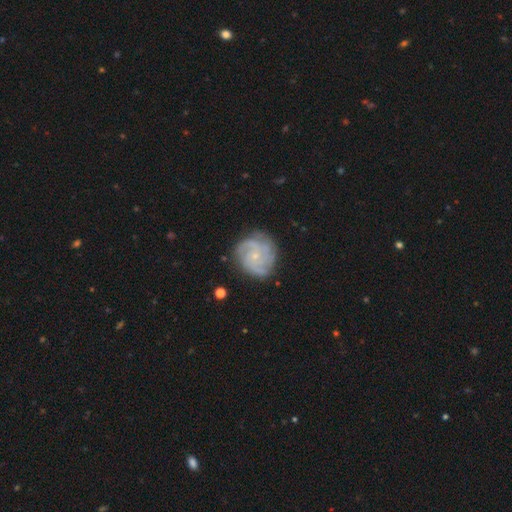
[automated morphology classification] A featured or disk galaxy (83%) with no bar (76%), 3 (40%) tight (58%) spiral arms (96%) and a small central bulge (80%). Merging: none (78%).